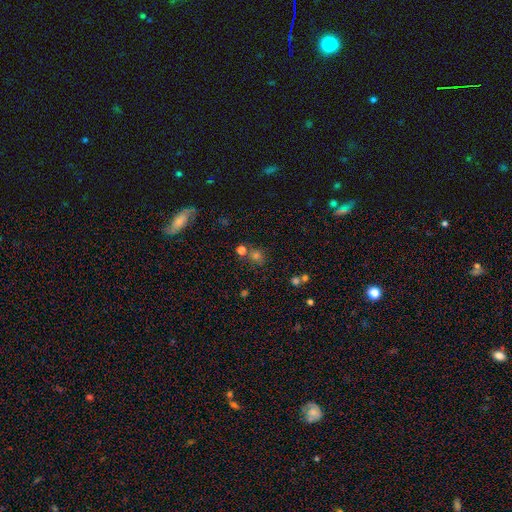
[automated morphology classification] smooth_or_featured: smooth (p=0.58) [alt: star or artifact p=0.30]
how_rounded: round (p=0.75) [alt: in between p=0.23]
merging: none (p=0.69) [alt: merger p=0.14]